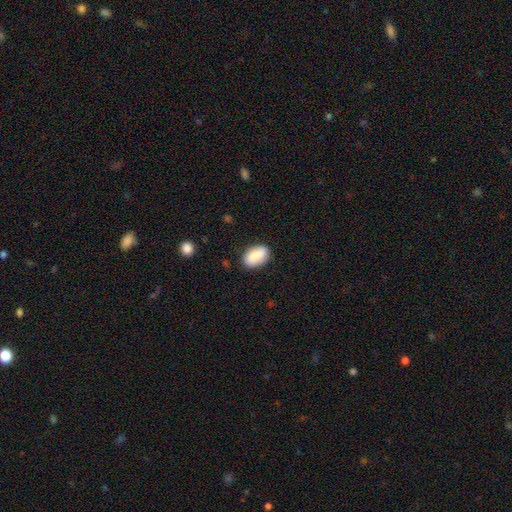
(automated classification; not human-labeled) Overall: smooth (82%). How rounded: in between (89%). Merging: none (83%).